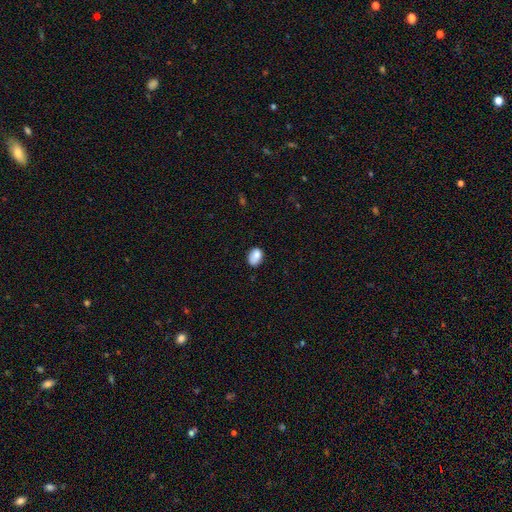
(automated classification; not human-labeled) Overall: smooth (84%). How rounded: in between (76%). Merging: none (68%).